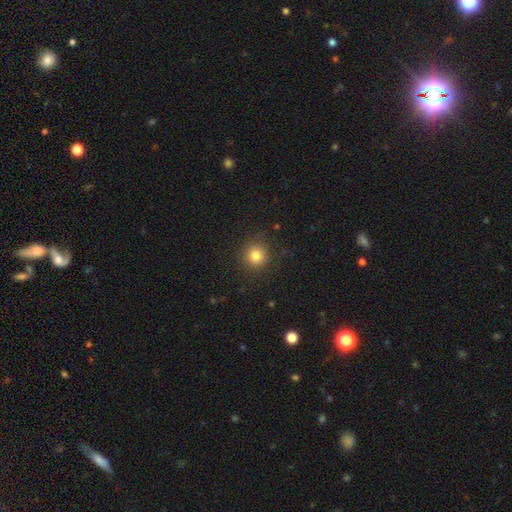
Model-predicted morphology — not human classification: type=smooth (82%); roundness=round (92%); merging=none (88%).